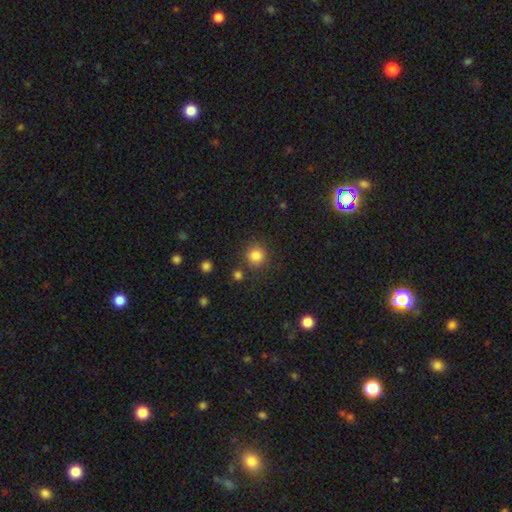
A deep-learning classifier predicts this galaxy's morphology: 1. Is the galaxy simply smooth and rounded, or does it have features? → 84% smooth, 12% star or artifact, 4% featured or disk.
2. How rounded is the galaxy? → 92% round, 7% in between, 1% cigar-shaped.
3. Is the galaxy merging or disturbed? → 85% none, 8% minor disturbance, 4% merger, 3% major disturbance.